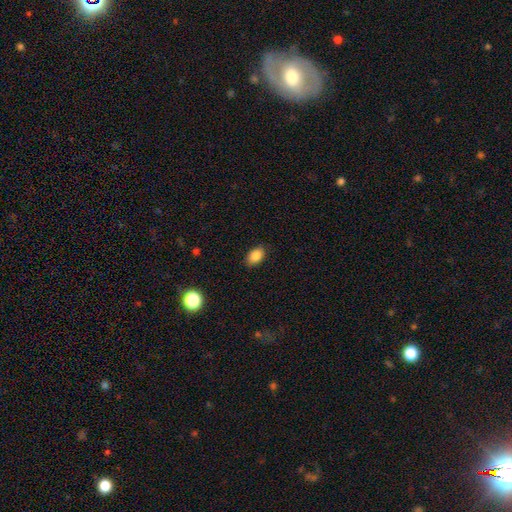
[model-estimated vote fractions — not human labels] Morphology: type=smooth (87%); roundness=in between (87%); merging=none (86%).